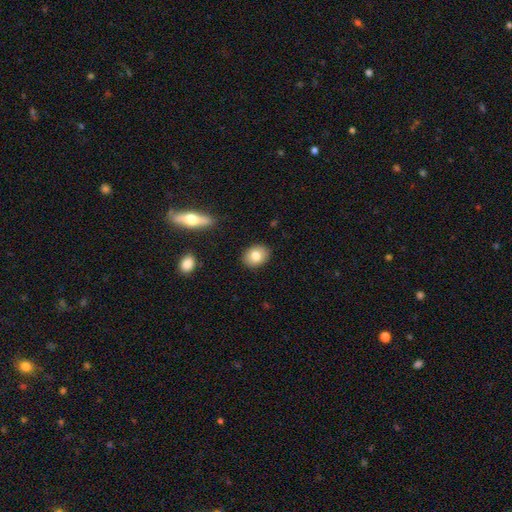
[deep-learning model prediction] A smooth galaxy with no disk features (80%) that is in between round and cigar-shaped (59%).

Vote fractions:
- Smooth or featured? smooth: 80% / featured or disk: 12% / star or artifact: 8%
- How rounded? in between: 59% / round: 40% / cigar-shaped: 1%
- Merging? none: 88% / minor disturbance: 8% / major disturbance: 2% / merger: 1%